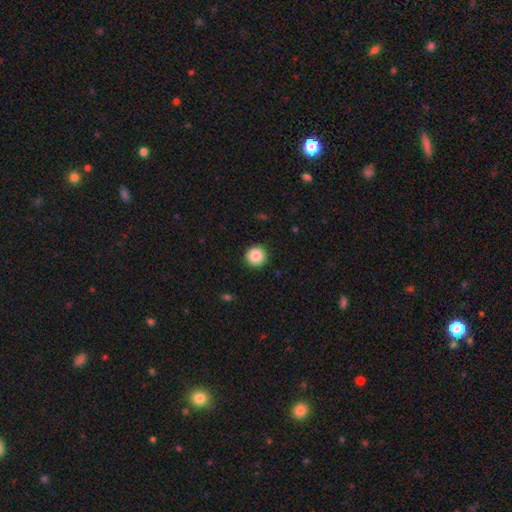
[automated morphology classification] smooth 86%, star or artifact 9%, featured or disk 5%. Down the decision tree: how rounded — round (96%); merging — none (93%).